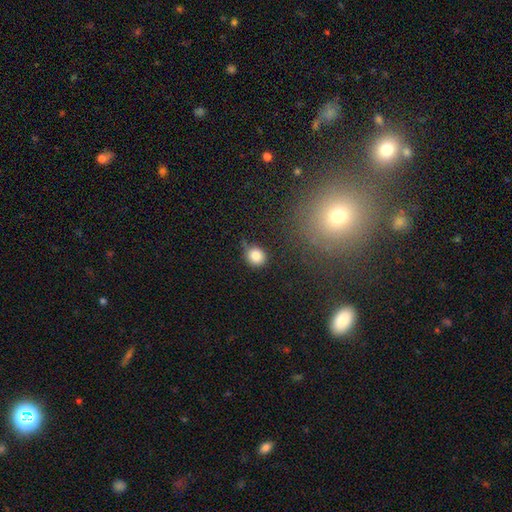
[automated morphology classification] This is clearly a smooth galaxy (84%). How rounded: clearly round (84%). Merging: likely none (76%).